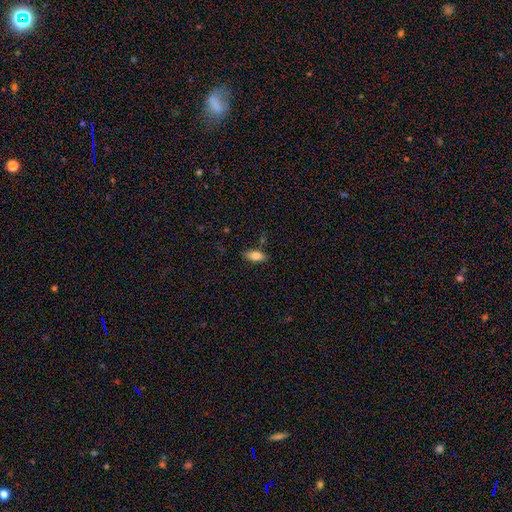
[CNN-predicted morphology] smooth-or-featured: smooth: 79% | featured or disk: 13% | star or artifact: 8%
  how-rounded: in between: 84% | cigar-shaped: 14% | round: 3%
  merging: none: 78% | minor disturbance: 15% | merger: 3% | major disturbance: 3%